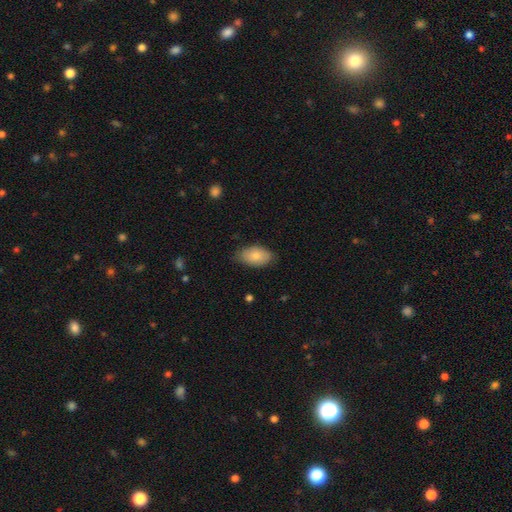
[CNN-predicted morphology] Smooth or featured? smooth (84%)
How rounded? in between (94%)
Merging? none (75%)